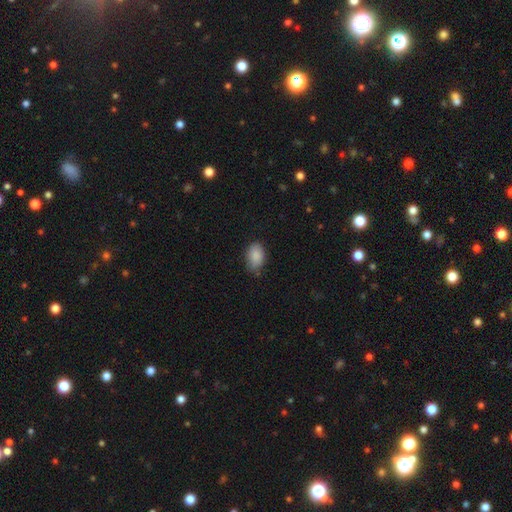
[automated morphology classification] Smooth or featured? Predicted: smooth (p=0.88). How rounded? Predicted: in between (p=0.87). Merging? Predicted: none (p=0.72).